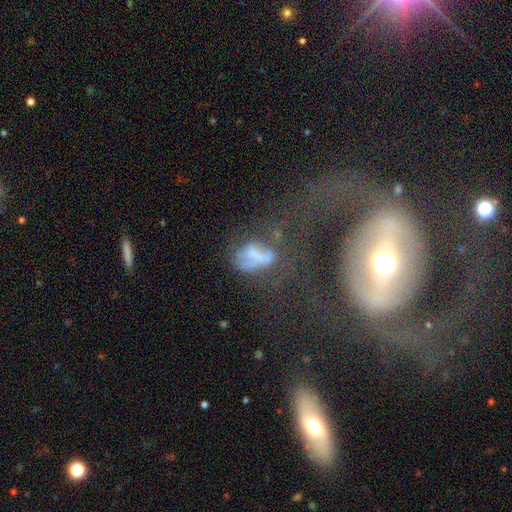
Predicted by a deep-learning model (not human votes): Overall: featured or disk (49%; smooth 33%). Merging: major disturbance (36%; none 25%).